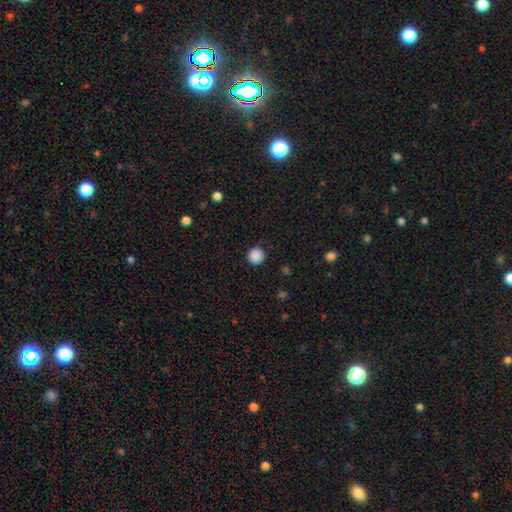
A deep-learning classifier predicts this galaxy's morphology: Smooth or featured? smooth (88%)
How rounded? round (95%)
Merging? none (91%)